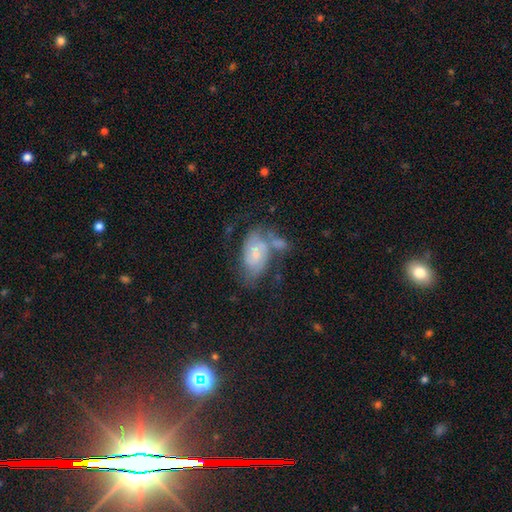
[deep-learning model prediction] A featured or disk galaxy (57%) with no bar (60%), spiral arms (79%) and a small central bulge (57%).

Vote fractions:
- Smooth or featured? featured or disk: 57% / smooth: 34% / star or artifact: 9%
- Edge-on disk? no: 96% / yes: 4%
- Bar? no: 60% / weak: 34% / strong: 7%
- Spiral arms? yes: 79% / no: 21%
- Bulge size? small: 57% / moderate: 29% / none: 8% / large: 4% / dominant: 2%
- Merging? none: 32% / merger: 26% / minor disturbance: 22% / major disturbance: 20%